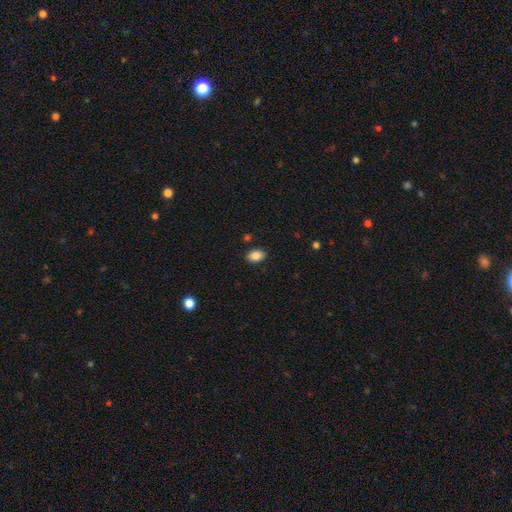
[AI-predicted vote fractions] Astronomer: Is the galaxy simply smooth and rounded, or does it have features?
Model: smooth — 86%.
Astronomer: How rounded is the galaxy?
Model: in between — 84%.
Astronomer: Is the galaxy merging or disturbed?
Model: none — 88%.